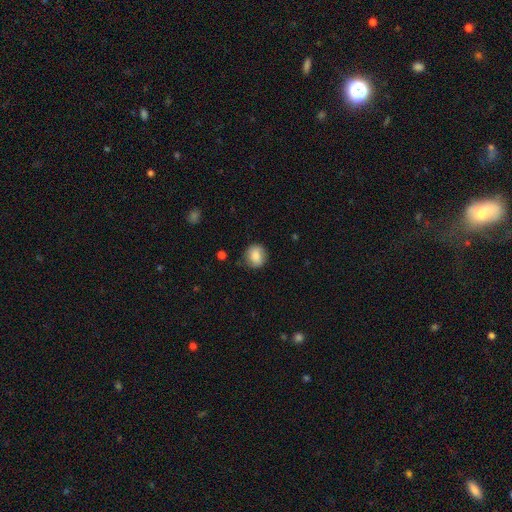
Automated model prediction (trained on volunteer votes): This is likely a smooth galaxy (77%). How rounded: likely round (79%). Merging: likely none (80%).